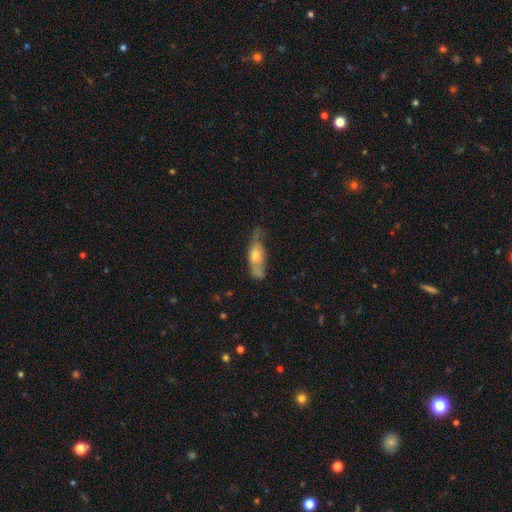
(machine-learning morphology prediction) This is possibly a smooth galaxy (49%). Merging: possibly none (45%).